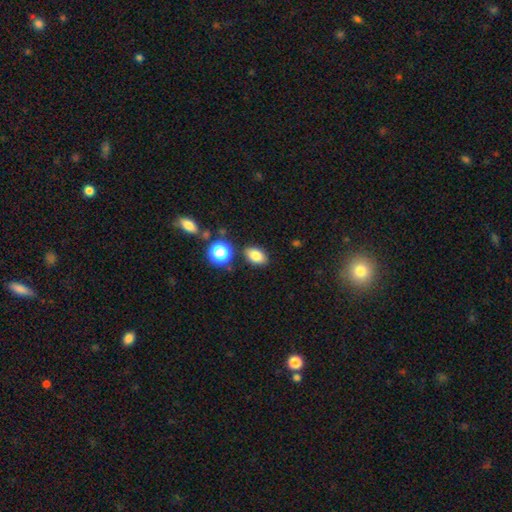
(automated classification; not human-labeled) smooth_or_featured: smooth (p=0.81) [alt: star or artifact p=0.12]
how_rounded: in between (p=0.82) [alt: round p=0.16]
merging: none (p=0.82) [alt: minor disturbance p=0.10]